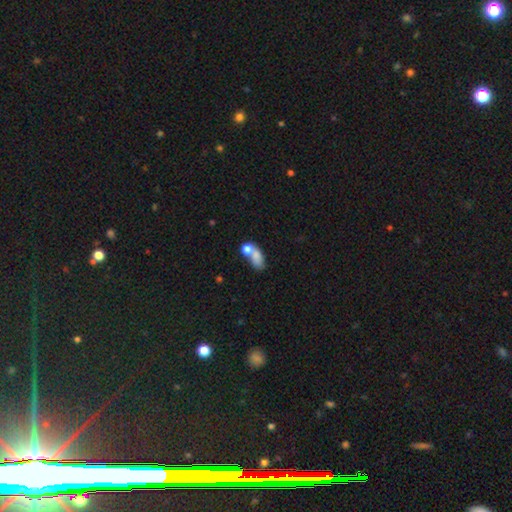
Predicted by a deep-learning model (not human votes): A smooth galaxy with no disk features (75%) that is in between round and cigar-shaped (80%).

Vote fractions:
- Smooth or featured? smooth: 75% / featured or disk: 16% / star or artifact: 10%
- How rounded? in between: 80% / round: 15% / cigar-shaped: 4%
- Merging? merger: 51% / none: 27% / minor disturbance: 12% / major disturbance: 9%